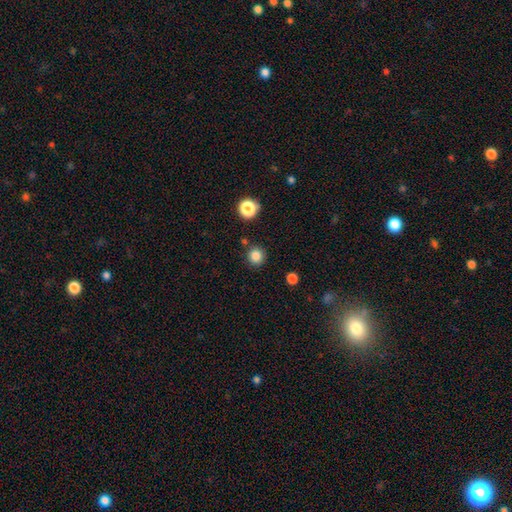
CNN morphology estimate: Overall: smooth (84%). How rounded: round (93%). Merging: none (86%).